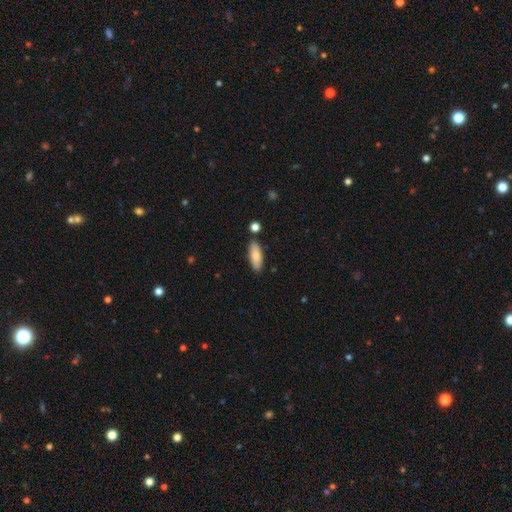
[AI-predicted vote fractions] Overall: smooth (79%). How rounded: in between (68%; cigar-shaped 30%). Merging: none (83%).